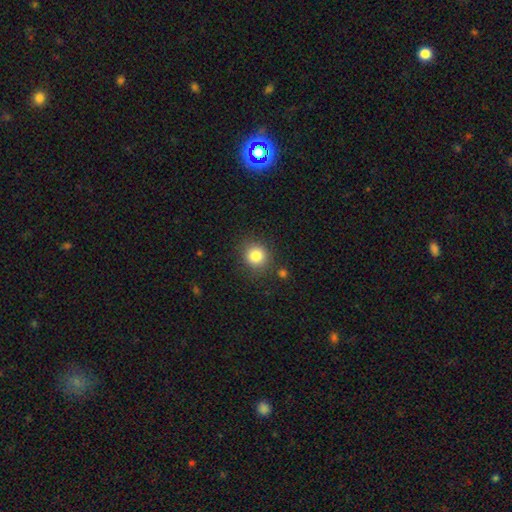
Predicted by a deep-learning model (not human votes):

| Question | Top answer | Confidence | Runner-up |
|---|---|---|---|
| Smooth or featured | smooth | 83% | star or artifact (11%) |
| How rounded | round | 87% | in between (12%) |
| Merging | none | 84% | minor disturbance (10%) |